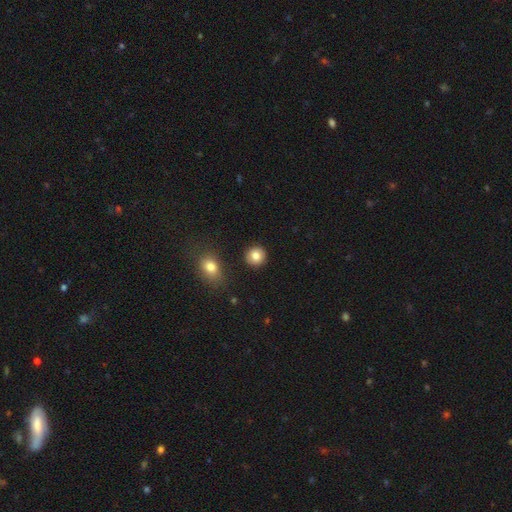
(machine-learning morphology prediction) This is clearly a smooth galaxy (84%). How rounded: clearly round (91%). Merging: clearly none (89%).